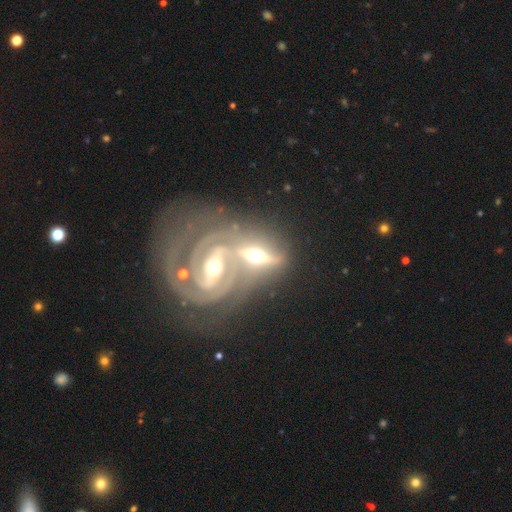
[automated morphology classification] smooth_or_featured: featured or disk (p=0.79) [alt: smooth p=0.15]
disk_edge_on: no (p=0.62) [alt: yes p=0.38]
merging: merger (p=0.58) [alt: none p=0.28]